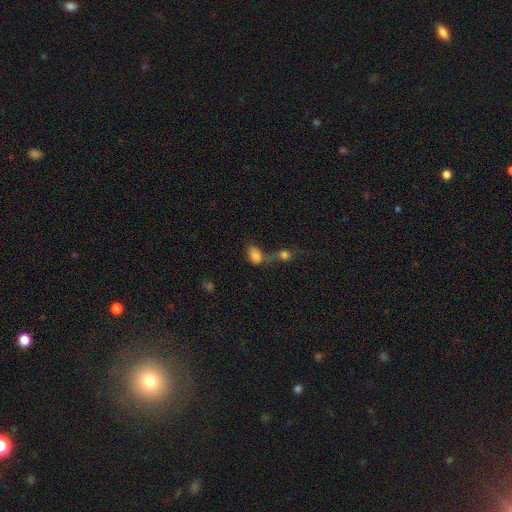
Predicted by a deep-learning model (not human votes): Overall: smooth (79%). How rounded: in between (82%). Merging: merger (47%; none 30%).